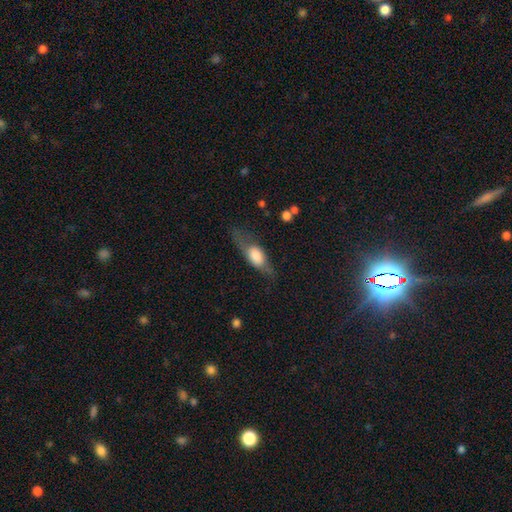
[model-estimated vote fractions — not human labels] This is possibly a smooth galaxy (51%). How rounded: likely in between (66%). Merging: possibly none (55%).